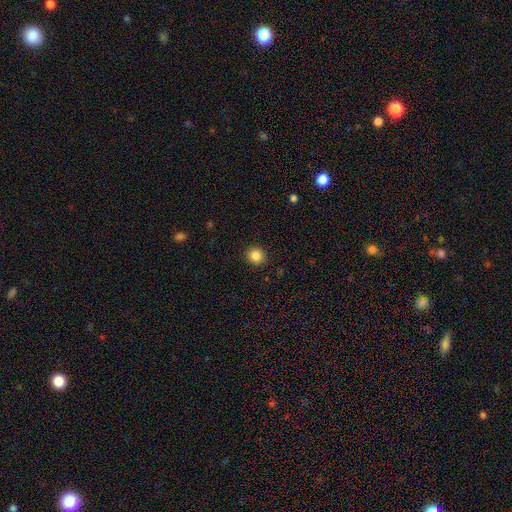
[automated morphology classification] A smooth galaxy with no disk features (85%) that is round (90%). Merging: none (92%).